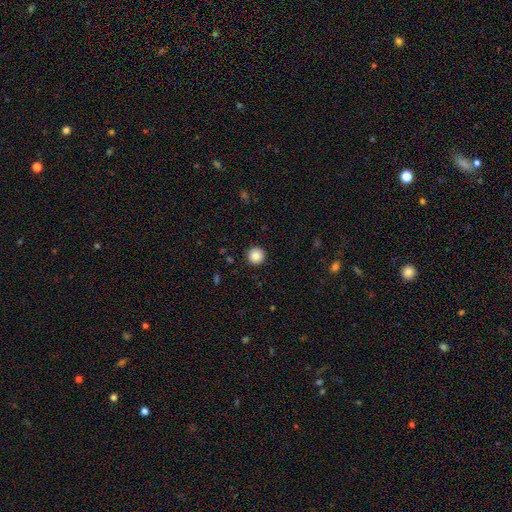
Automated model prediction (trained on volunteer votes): Smooth or featured? Predicted: smooth (p=0.88). How rounded? Predicted: round (p=0.96). Merging? Predicted: none (p=0.92).